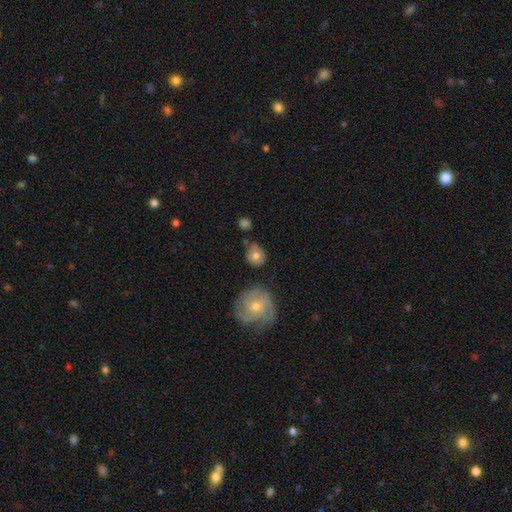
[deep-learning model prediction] A smooth galaxy with no disk features (70%) that is round (80%). Merging: none (70%).